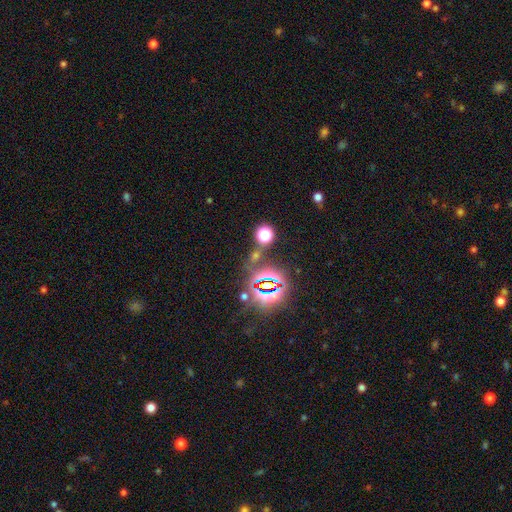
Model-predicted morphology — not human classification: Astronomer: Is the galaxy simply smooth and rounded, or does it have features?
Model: star or artifact — 66%.